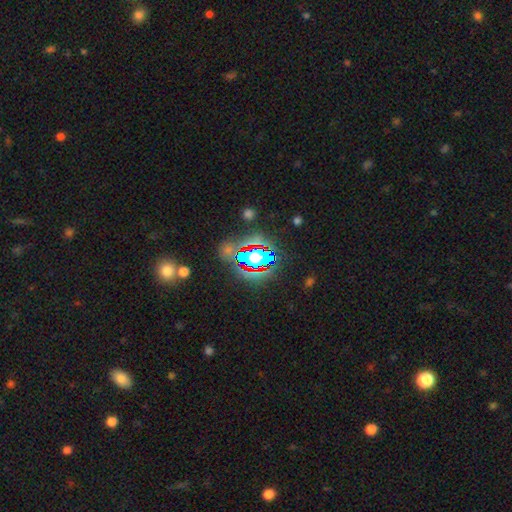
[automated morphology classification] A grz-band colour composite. It shows a star or artifact, not a galaxy (60%).